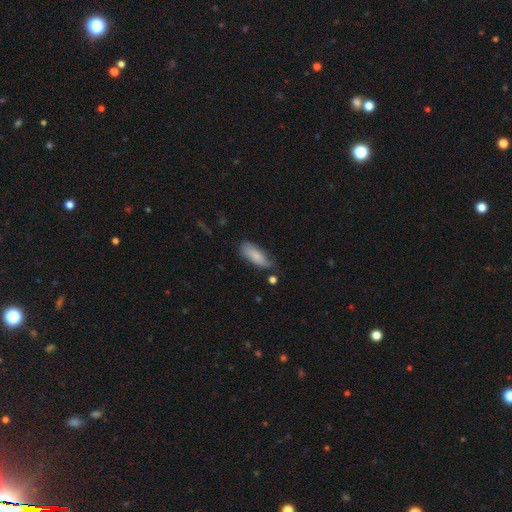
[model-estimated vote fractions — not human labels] The model was most divided on "merging": none: 57%, minor disturbance: 32%, major disturbance: 8%, merger: 3%. More confident: smooth or featured — smooth (79%); how rounded — in between (74%).